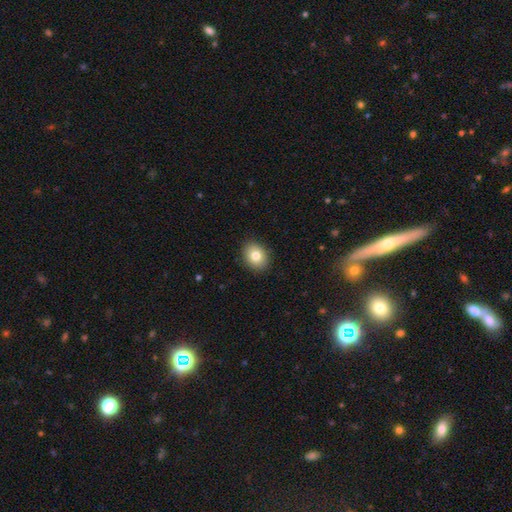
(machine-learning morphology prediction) Smooth or featured? smooth (81%)
How rounded? in between (50%)
Merging? none (90%)